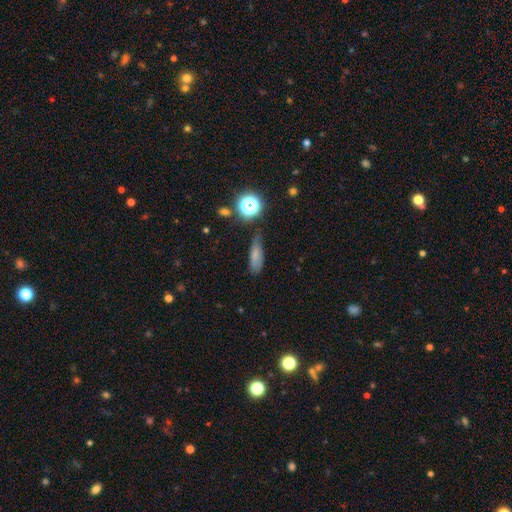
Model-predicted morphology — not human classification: Smooth or featured? smooth (69%)
How rounded? in between (54%)
Merging? none (64%)